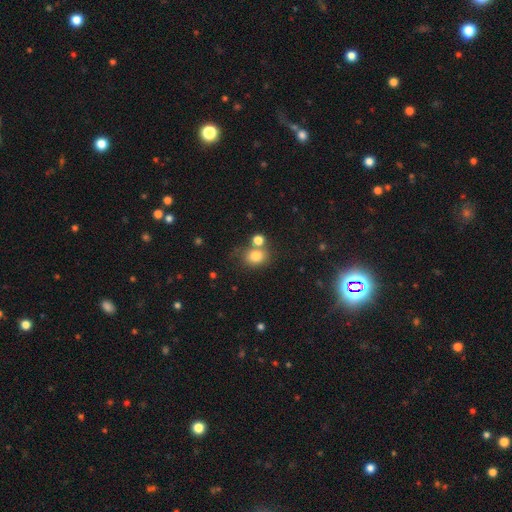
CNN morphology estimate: This is likely a smooth galaxy (80%). How rounded: likely round (64%). Merging: possibly none (58%).